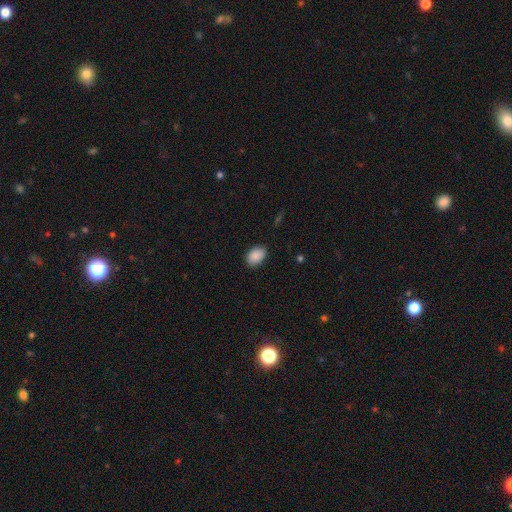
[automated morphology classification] This is clearly a smooth galaxy (90%). How rounded: clearly in between (86%). Merging: clearly none (86%).